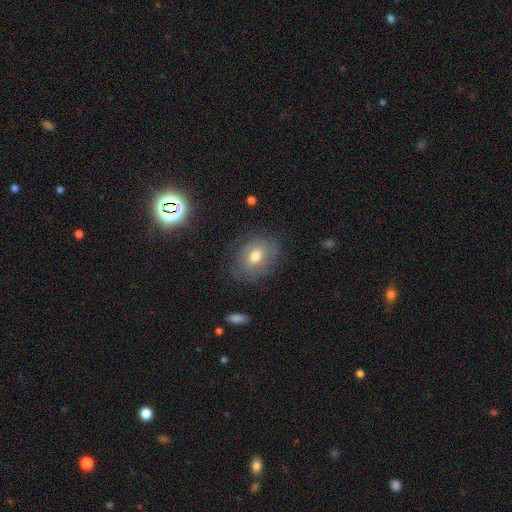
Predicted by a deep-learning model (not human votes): Q: Smooth or featured?
A: smooth (52%); runner-up: featured or disk (39%)
Q: How rounded?
A: in between (60%); runner-up: round (39%)
Q: Merging?
A: none (73%); runner-up: minor disturbance (18%)